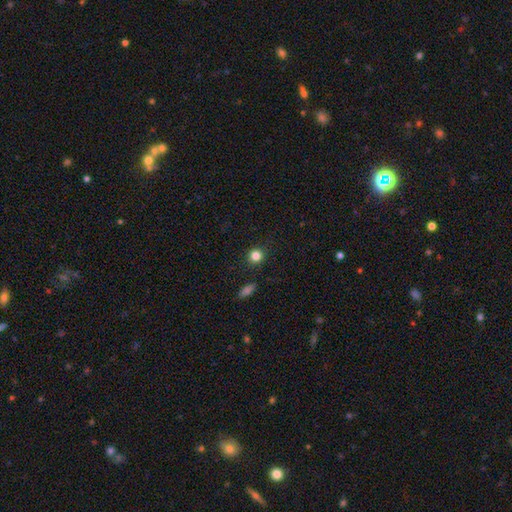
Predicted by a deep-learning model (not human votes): Smooth or featured? smooth (83%)
How rounded? round (89%)
Merging? none (88%)